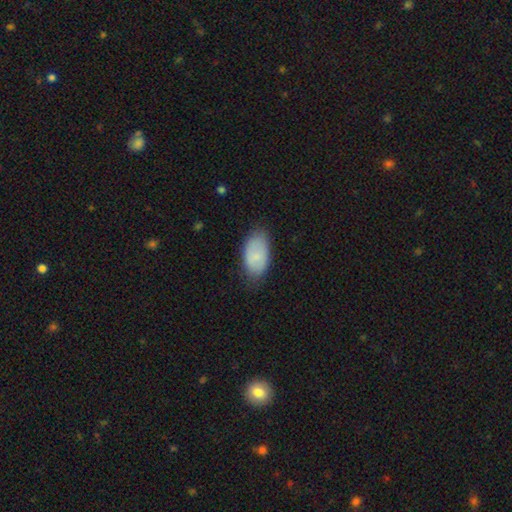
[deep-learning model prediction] Smooth or featured: smooth — 78% (featured or disk — 15%)
How rounded: in between — 94% (round — 5%)
Merging: none — 74% (minor disturbance — 21%)